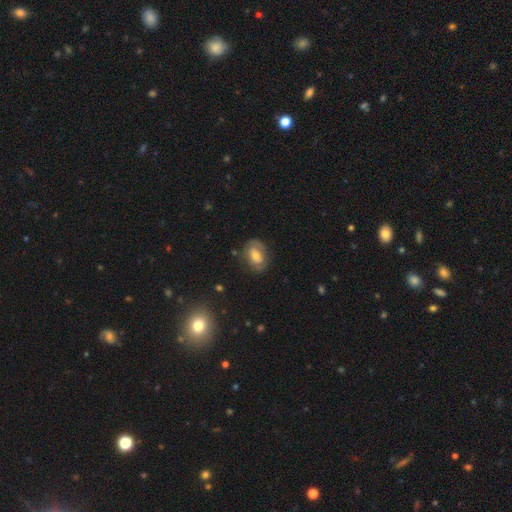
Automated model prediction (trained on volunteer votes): The model was most divided on "smooth or featured": featured or disk: 46%, smooth: 45%, star or artifact: 9%. More confident: merging — none (71%).